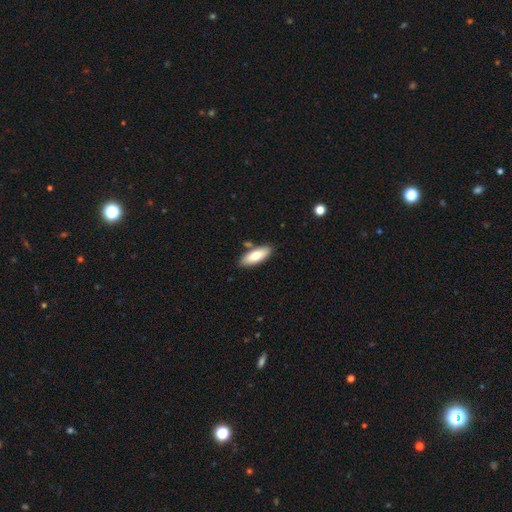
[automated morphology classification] Smooth or featured: smooth — 76% (featured or disk — 18%)
How rounded: in between — 74% (cigar-shaped — 24%)
Merging: none — 81% (minor disturbance — 10%)